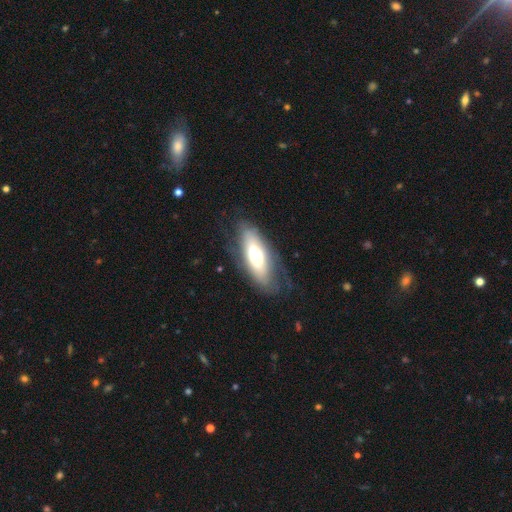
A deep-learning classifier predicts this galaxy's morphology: A smooth galaxy with no disk features (48%).

Vote fractions:
- Smooth or featured? smooth: 48% / featured or disk: 46% / star or artifact: 6%
- Merging? none: 63% / minor disturbance: 22% / major disturbance: 13% / merger: 2%